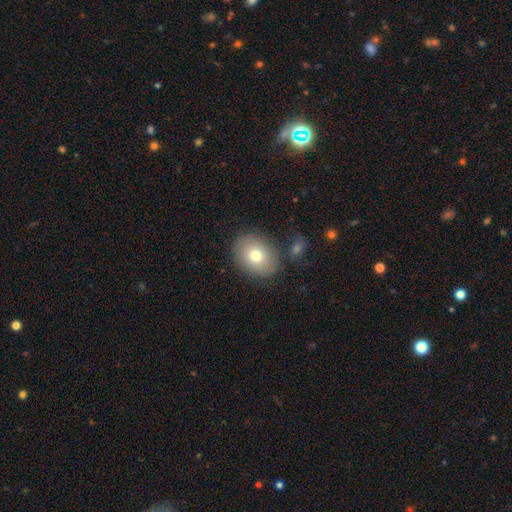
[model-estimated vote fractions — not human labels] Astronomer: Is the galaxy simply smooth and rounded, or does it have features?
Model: smooth — 75%.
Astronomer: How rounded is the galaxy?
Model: in between — 58% (runner-up: round, 41%).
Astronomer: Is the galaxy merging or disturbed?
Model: none — 79%.